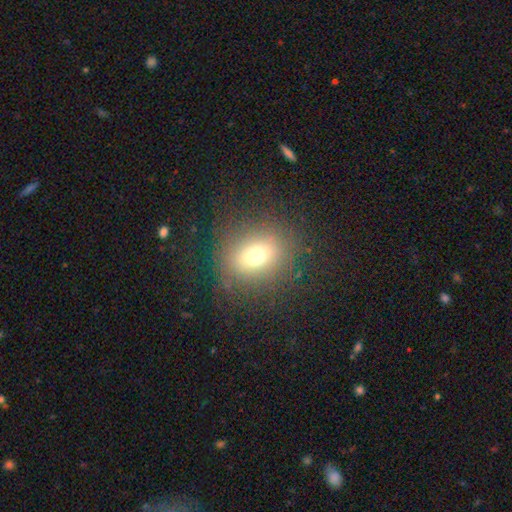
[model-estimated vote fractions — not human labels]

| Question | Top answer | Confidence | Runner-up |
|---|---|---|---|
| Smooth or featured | smooth | 70% | star or artifact (16%) |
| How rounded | round | 62% | in between (36%) |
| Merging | none | 83% | minor disturbance (10%) |